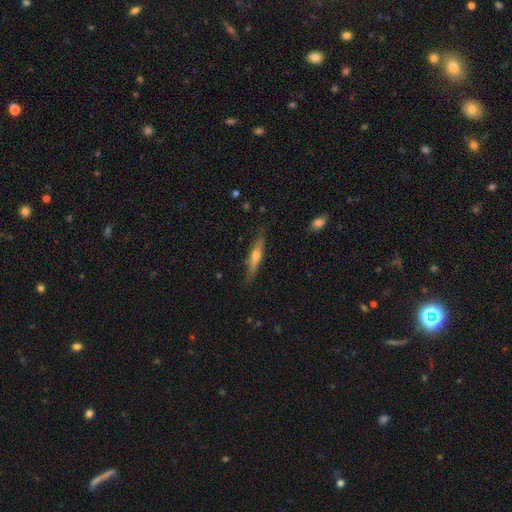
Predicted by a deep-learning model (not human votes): Morphology: type=featured or disk (55%); edge-on=yes (94%); edge-on bulge=rounded (85%); merging=none (83%).